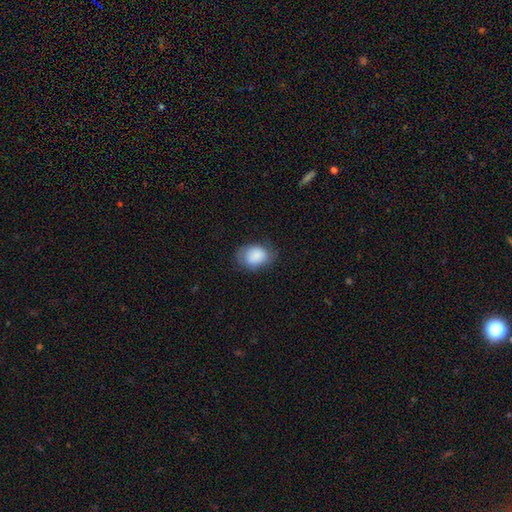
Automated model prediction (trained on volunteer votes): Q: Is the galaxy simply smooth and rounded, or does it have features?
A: smooth — 85%.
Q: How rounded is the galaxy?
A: in between — 70%.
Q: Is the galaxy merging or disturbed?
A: none — 66%.